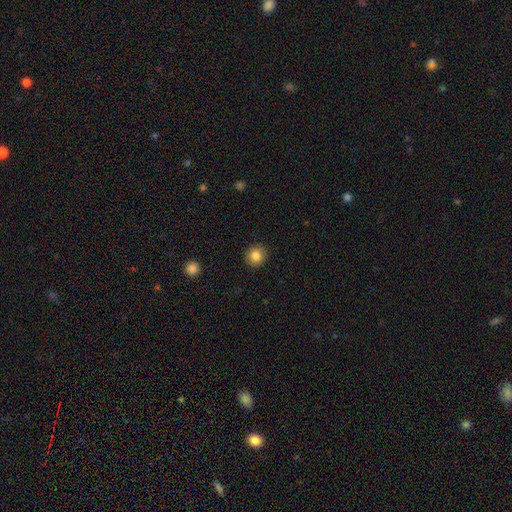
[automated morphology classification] This is clearly a smooth galaxy (85%). How rounded: clearly round (89%). Merging: clearly none (91%).